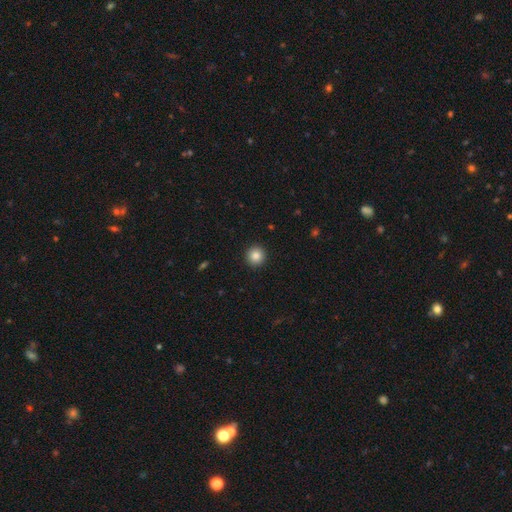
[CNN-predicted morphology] Smooth or featured: smooth — 86% (star or artifact — 9%)
How rounded: round — 95% (in between — 4%)
Merging: none — 93% (minor disturbance — 4%)